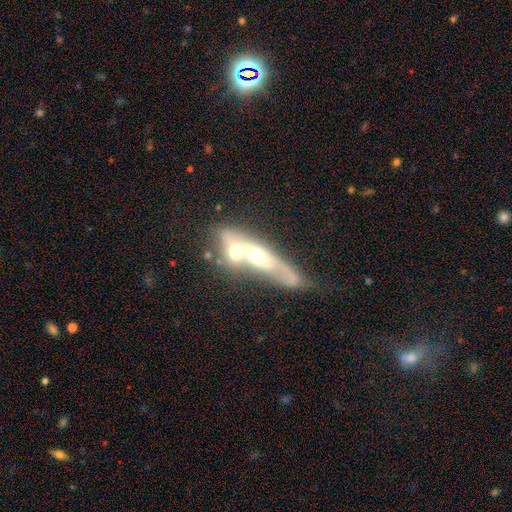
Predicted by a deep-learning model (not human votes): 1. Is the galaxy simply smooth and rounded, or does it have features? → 62% featured or disk, 30% smooth, 8% star or artifact.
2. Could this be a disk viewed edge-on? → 63% no, 37% yes.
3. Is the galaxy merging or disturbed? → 64% merger, 17% none, 11% major disturbance, 9% minor disturbance.